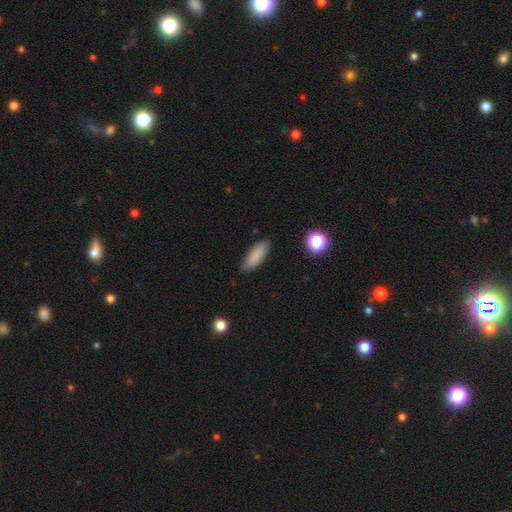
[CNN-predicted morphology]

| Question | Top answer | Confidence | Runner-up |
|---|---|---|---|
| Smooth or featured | smooth | 85% | featured or disk (8%) |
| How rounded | in between | 65% | cigar-shaped (33%) |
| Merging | none | 84% | minor disturbance (12%) |